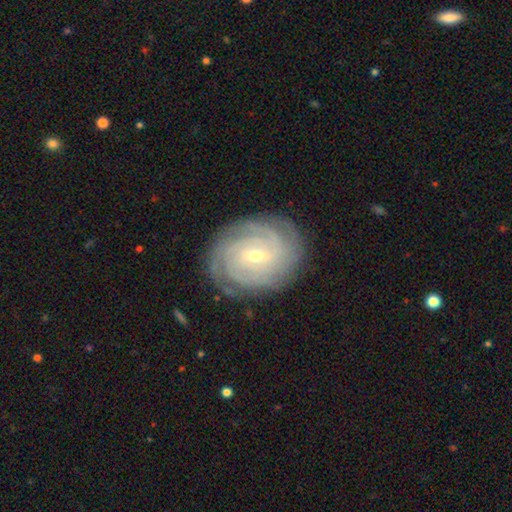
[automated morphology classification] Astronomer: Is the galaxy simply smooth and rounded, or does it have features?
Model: featured or disk — 88%.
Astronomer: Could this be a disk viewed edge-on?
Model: no — 97%.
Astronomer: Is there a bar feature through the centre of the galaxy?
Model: weak — 55%.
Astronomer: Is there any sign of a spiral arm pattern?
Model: yes — 97%.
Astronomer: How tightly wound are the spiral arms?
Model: tight — 82%.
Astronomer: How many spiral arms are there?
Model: can't tell — 27% (runner-up: 4, 26%).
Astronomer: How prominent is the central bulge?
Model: small — 62%.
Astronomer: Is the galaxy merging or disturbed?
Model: none — 83%.